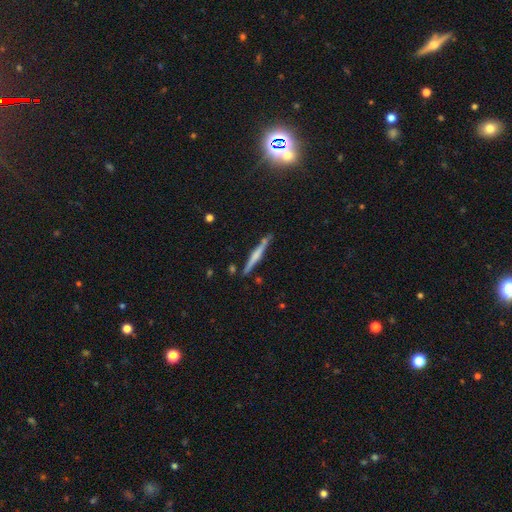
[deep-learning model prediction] Smooth or featured: featured or disk — 59% (smooth — 35%)
Edge-on disk: yes — 98% (no — 2%)
Edge-on bulge: rounded — 45% (none — 35%)
Merging: none — 83% (minor disturbance — 11%)